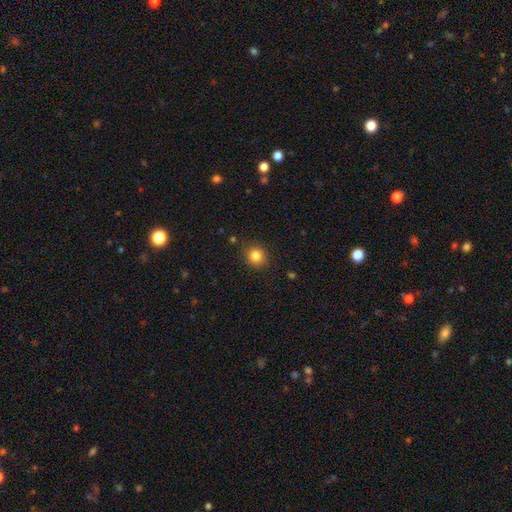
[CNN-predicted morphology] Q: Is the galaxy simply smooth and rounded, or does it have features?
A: smooth — 84%.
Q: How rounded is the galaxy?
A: round — 87%.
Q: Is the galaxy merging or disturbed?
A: none — 87%.